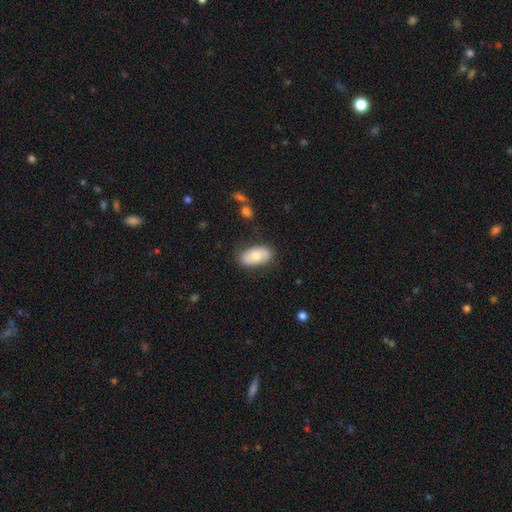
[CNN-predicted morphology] Overall: smooth (68%). How rounded: in between (94%). Merging: none (80%).